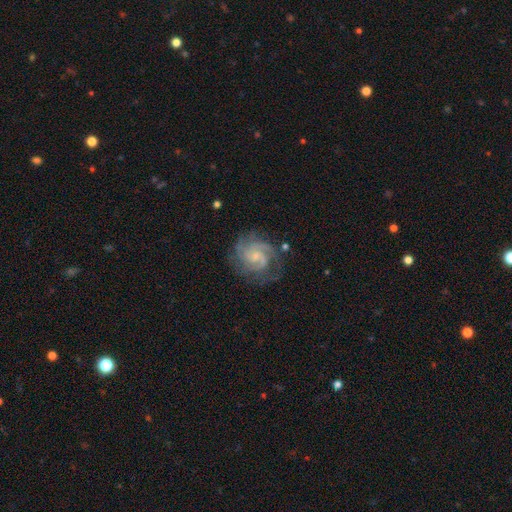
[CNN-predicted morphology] type=featured or disk (85%); edge-on=no (98%); bar=no (63%); spiral arms=yes (96%); winding=tight (53%); arm count=3 (29%, tied with 2); bulge=small (67%); merging=none (70%).